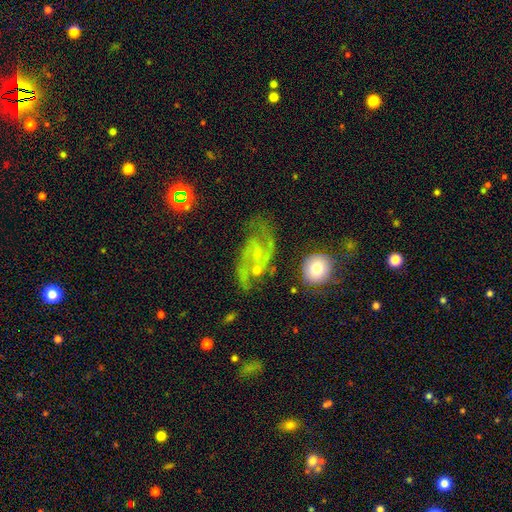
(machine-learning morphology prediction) A featured or disk galaxy (69%) with no bar (53%), 2 (56%) medium (46%) spiral arms (91%) and a small central bulge (69%). Merging: none (65%).